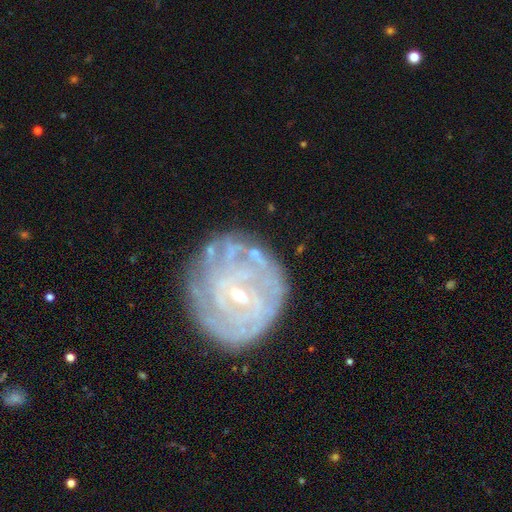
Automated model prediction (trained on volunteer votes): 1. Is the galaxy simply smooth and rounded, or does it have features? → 70% featured or disk, 18% smooth, 13% star or artifact.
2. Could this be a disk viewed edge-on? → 96% no, 4% yes.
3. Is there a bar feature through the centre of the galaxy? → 46% no, 34% weak, 20% strong.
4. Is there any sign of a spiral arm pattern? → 58% yes, 42% no.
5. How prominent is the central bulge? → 46% moderate, 35% small, 11% none, 5% large, 2% dominant.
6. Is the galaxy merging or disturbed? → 58% none, 18% minor disturbance, 14% major disturbance, 10% merger.